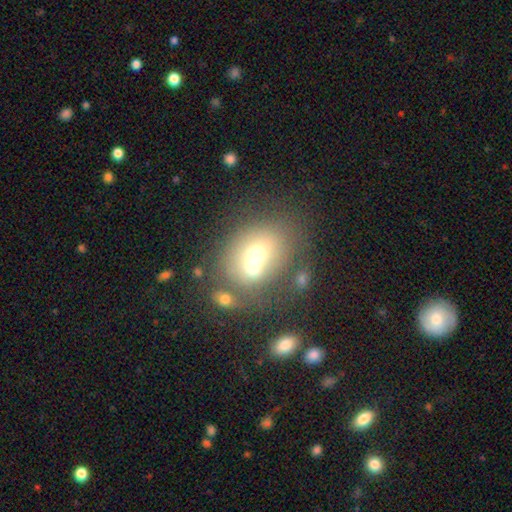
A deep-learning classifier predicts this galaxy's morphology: smooth_or_featured: smooth (p=0.62) [alt: featured or disk p=0.25]
how_rounded: round (p=0.57) [alt: in between p=0.42]
merging: merger (p=0.53) [alt: none p=0.32]